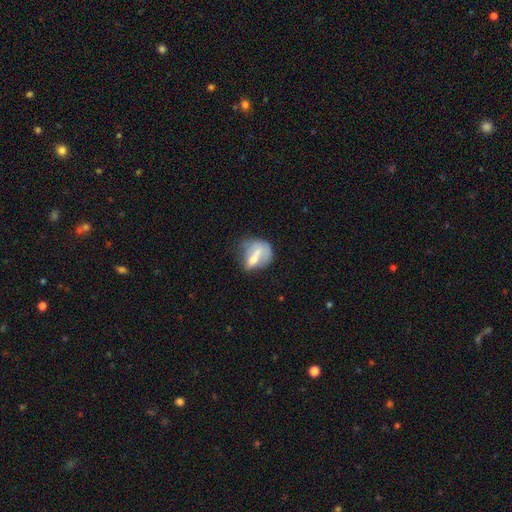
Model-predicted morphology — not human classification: A smooth galaxy with no disk features (53%) that is in between round and cigar-shaped (50%).

Vote fractions:
- Smooth or featured? smooth: 53% / featured or disk: 39% / star or artifact: 9%
- How rounded? in between: 50% / round: 45% / cigar-shaped: 5%
- Merging? none: 33% / merger: 27% / minor disturbance: 21% / major disturbance: 20%